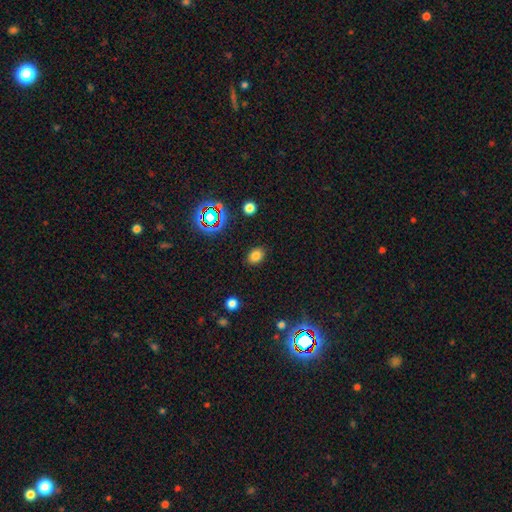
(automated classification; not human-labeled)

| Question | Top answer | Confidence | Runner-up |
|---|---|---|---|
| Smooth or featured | smooth | 77% | star or artifact (17%) |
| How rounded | in between | 70% | round (29%) |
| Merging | none | 86% | minor disturbance (9%) |